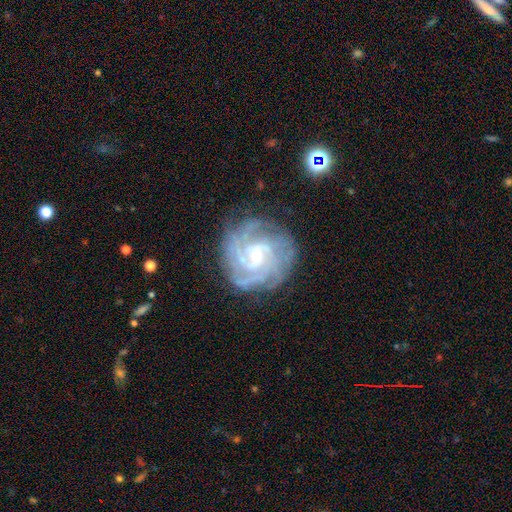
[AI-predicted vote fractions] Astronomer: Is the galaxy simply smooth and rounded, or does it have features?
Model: featured or disk — 88%.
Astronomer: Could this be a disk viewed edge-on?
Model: no — 98%.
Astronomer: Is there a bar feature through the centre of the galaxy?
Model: no — 50% (runner-up: weak, 41%).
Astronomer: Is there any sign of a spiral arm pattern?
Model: yes — 97%.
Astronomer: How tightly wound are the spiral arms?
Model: tight — 71%.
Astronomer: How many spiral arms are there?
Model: can't tell — 25% (runner-up: 4, 23%).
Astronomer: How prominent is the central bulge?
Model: small — 65%.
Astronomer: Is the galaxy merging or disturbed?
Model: none — 76%.